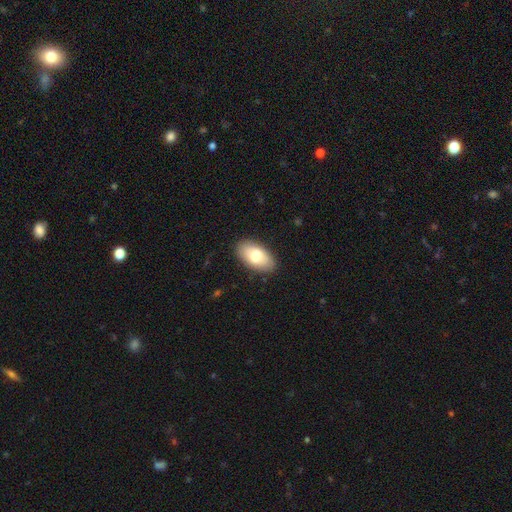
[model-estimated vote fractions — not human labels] A smooth galaxy with no disk features (75%) that is in between round and cigar-shaped (94%).

Vote fractions:
- Smooth or featured? smooth: 75% / featured or disk: 19% / star or artifact: 6%
- How rounded? in between: 94% / round: 3% / cigar-shaped: 2%
- Merging? none: 86% / minor disturbance: 10% / major disturbance: 2% / merger: 1%